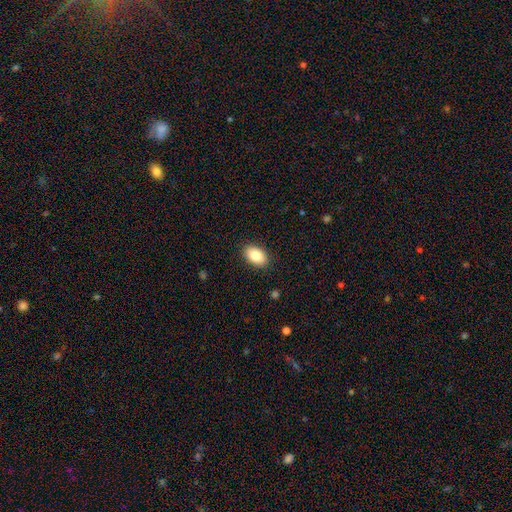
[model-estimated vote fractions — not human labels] smooth 85%, featured or disk 8%, star or artifact 7%. Down the decision tree: how rounded — in between (89%); merging — none (89%).